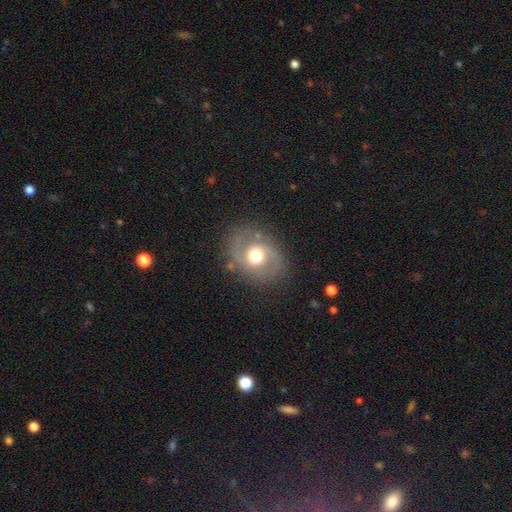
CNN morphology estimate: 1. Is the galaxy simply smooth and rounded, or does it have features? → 61% featured or disk, 31% smooth, 8% star or artifact.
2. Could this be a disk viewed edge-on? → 96% no, 4% yes.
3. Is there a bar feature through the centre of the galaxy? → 64% no, 28% weak, 8% strong.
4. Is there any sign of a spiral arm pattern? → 69% yes, 31% no.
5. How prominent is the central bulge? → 67% moderate, 22% large, 8% small, 2% dominant, 1% none.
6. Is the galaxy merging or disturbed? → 78% none, 13% minor disturbance, 7% major disturbance, 2% merger.